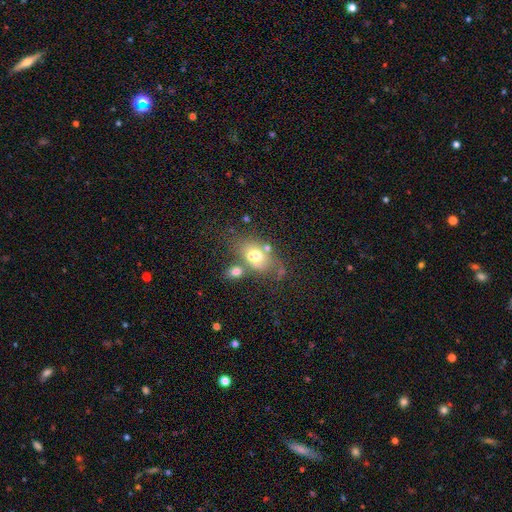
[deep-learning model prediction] This appears to be a smooth galaxy with no disk features (58%) that is in between round and cigar-shaped (78%). Merging: none (41%).